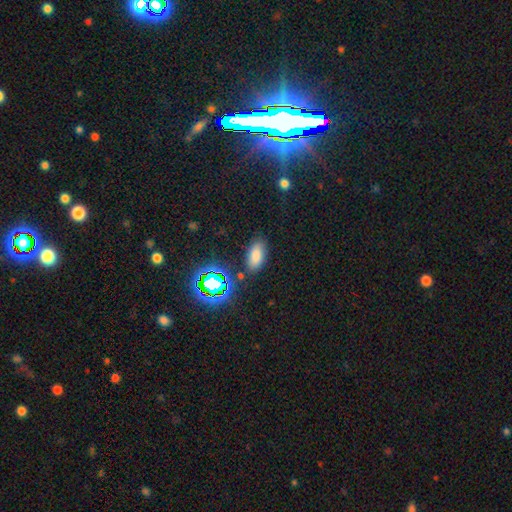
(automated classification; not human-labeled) smooth 73%, star or artifact 19%, featured or disk 7%. Down the decision tree: how rounded — in between (90%); merging — none (82%).